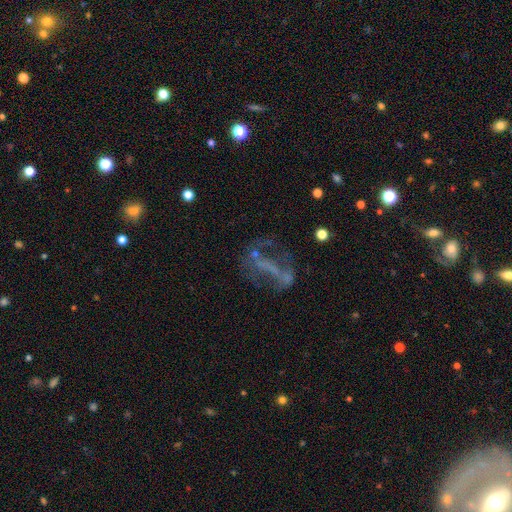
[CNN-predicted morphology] smooth_or_featured: featured or disk (p=0.55) [alt: star or artifact p=0.22]
disk_edge_on: no (p=0.92) [alt: yes p=0.08]
bar: no (p=0.48) [alt: strong p=0.30]
has_spiral_arms: no (p=0.72) [alt: yes p=0.28]
bulge_size: none (p=0.74) [alt: small p=0.13]
merging: none (p=0.44) [alt: major disturbance p=0.33]